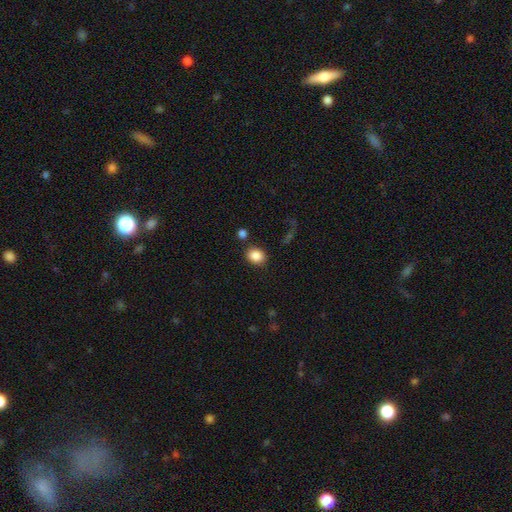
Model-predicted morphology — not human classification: Overall: smooth (87%). How rounded: round (52%; in between 47%). Merging: none (80%).